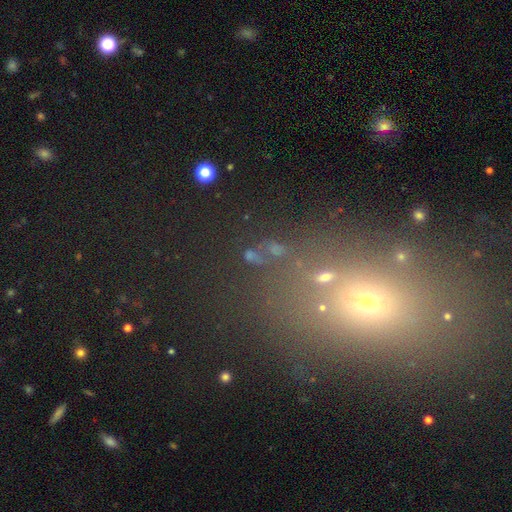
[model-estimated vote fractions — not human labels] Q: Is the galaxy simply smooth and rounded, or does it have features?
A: star or artifact — 46%.